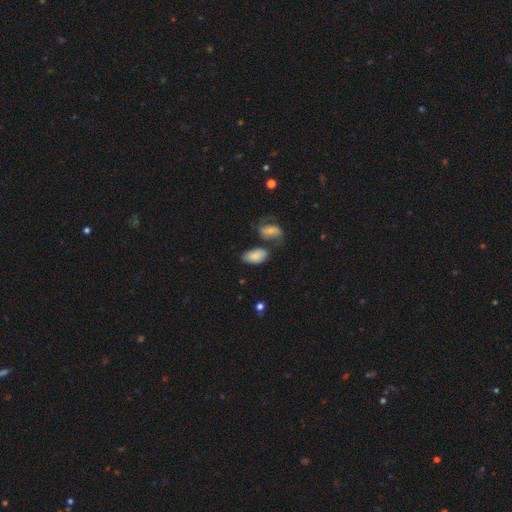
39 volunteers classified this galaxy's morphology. Smooth or featured? 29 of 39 (74%) said smooth. How rounded? 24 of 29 (83%) said in between. Merging? 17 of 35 (49%) said none.